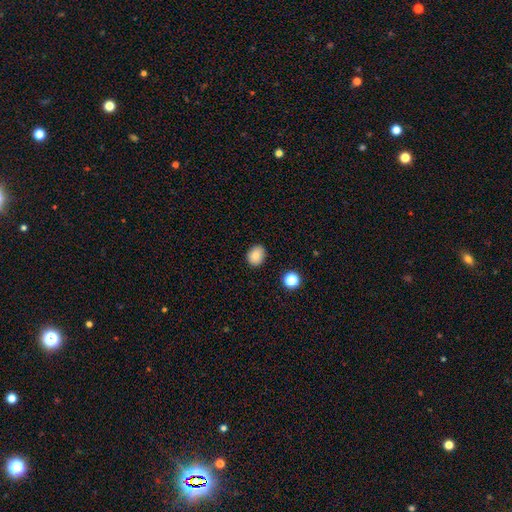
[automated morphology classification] Smooth or featured? smooth (84%)
How rounded? round (50%)
Merging? none (87%)